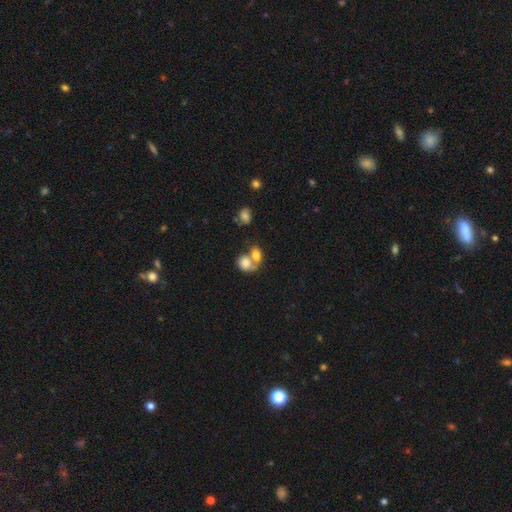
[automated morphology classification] A smooth galaxy with no disk features (75%) that is in between round and cigar-shaped (59%).

Vote fractions:
- Smooth or featured? smooth: 75% / featured or disk: 15% / star or artifact: 9%
- How rounded? in between: 59% / round: 39% / cigar-shaped: 2%
- Merging? merger: 62% / none: 24% / minor disturbance: 8% / major disturbance: 6%